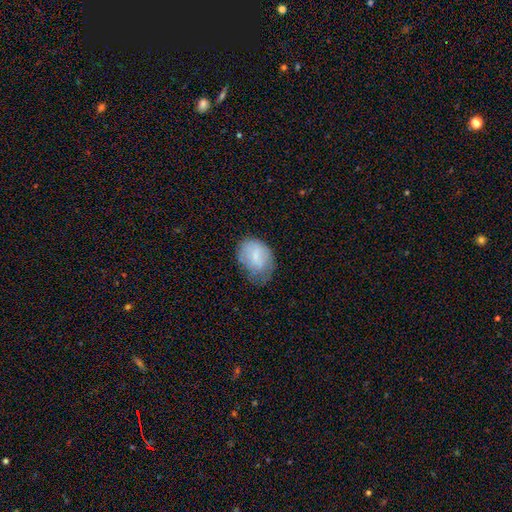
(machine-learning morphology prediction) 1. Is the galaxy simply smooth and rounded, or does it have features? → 72% smooth, 20% featured or disk, 7% star or artifact.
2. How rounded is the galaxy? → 71% in between, 28% round, 1% cigar-shaped.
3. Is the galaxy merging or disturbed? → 41% minor disturbance, 39% none, 18% major disturbance, 2% merger.